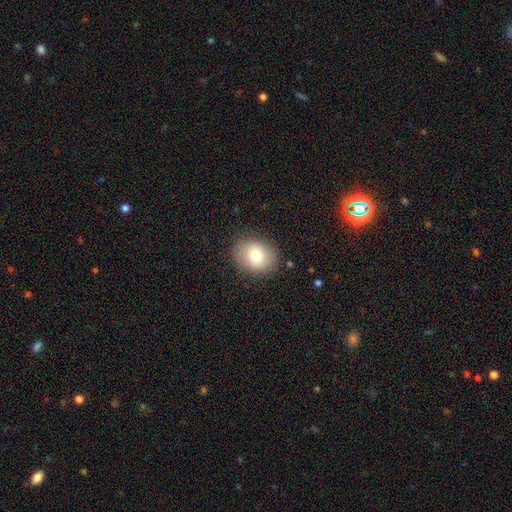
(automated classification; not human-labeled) Morphology: type=smooth (80%); roundness=round (51%); merging=none (85%).